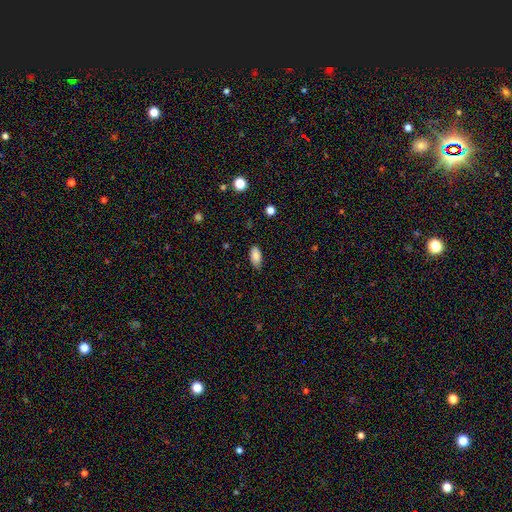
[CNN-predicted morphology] smooth-or-featured: smooth: 85% | star or artifact: 8% | featured or disk: 7%
  how-rounded: in between: 92% | cigar-shaped: 5% | round: 3%
  merging: none: 80% | minor disturbance: 16% | major disturbance: 3% | merger: 1%